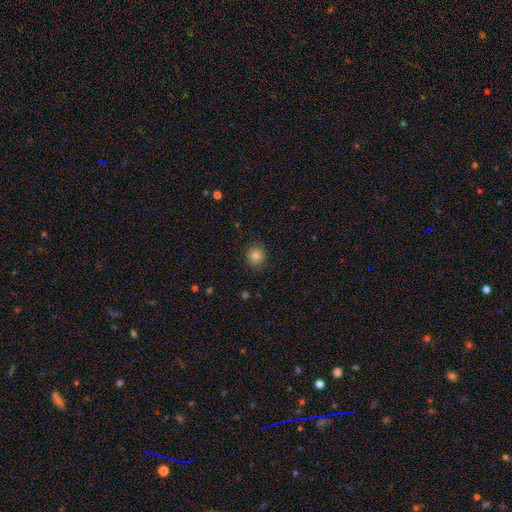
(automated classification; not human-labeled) Smooth or featured? smooth (80%)
How rounded? round (91%)
Merging? none (88%)